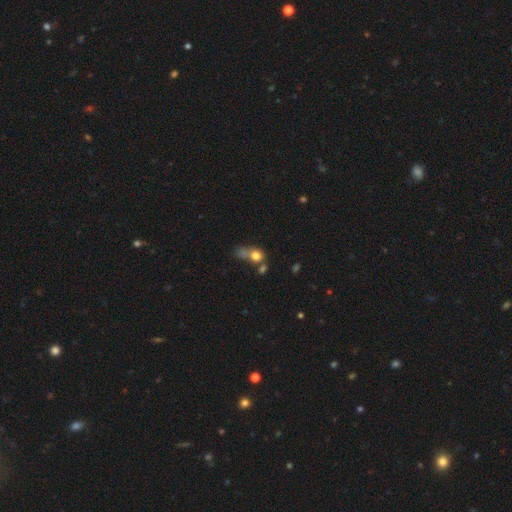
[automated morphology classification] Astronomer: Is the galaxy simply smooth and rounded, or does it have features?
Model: smooth — 72%.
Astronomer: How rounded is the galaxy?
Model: round — 60%.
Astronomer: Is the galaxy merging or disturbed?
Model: merger — 32% (runner-up: none, 28%).